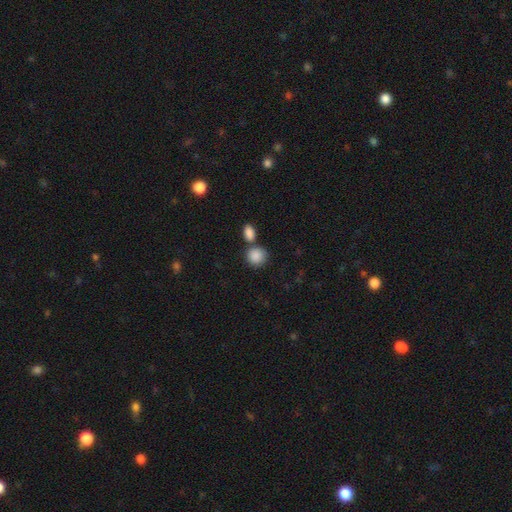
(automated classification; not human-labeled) Overall: smooth (89%). How rounded: round (79%). Merging: none (58%; merger 29%).